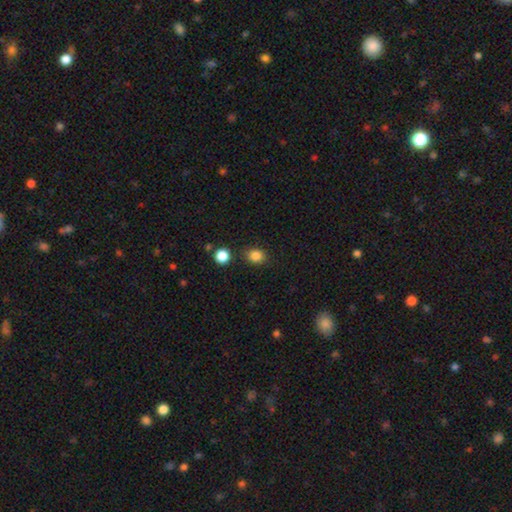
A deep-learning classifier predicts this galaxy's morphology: Q: Smooth or featured?
A: smooth (85%); runner-up: star or artifact (11%)
Q: How rounded?
A: round (62%); runner-up: in between (37%)
Q: Merging?
A: none (82%); runner-up: minor disturbance (11%)